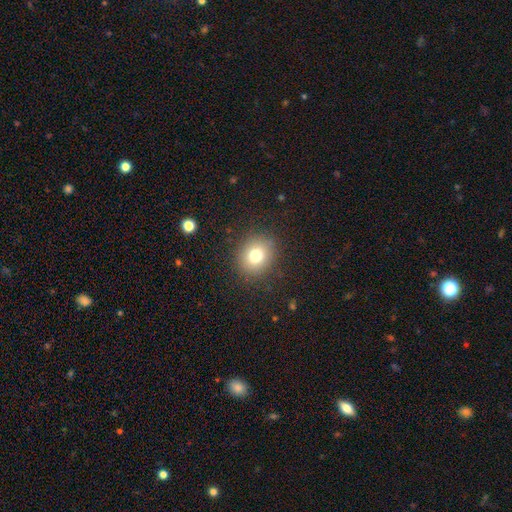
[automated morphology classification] Smooth or featured? smooth (77%)
How rounded? round (72%)
Merging? none (87%)